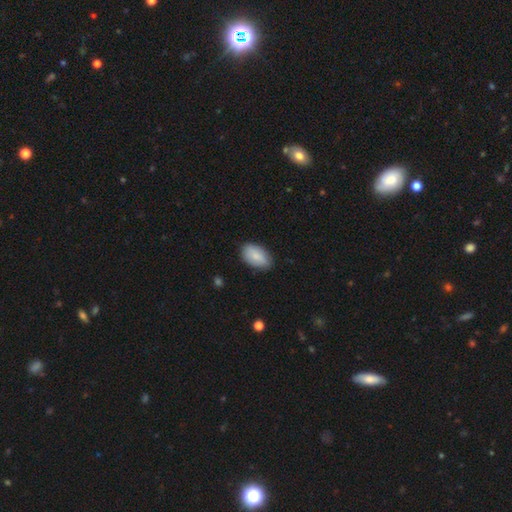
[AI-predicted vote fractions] This is clearly a smooth galaxy (82%). How rounded: clearly in between (93%). Merging: likely none (79%).